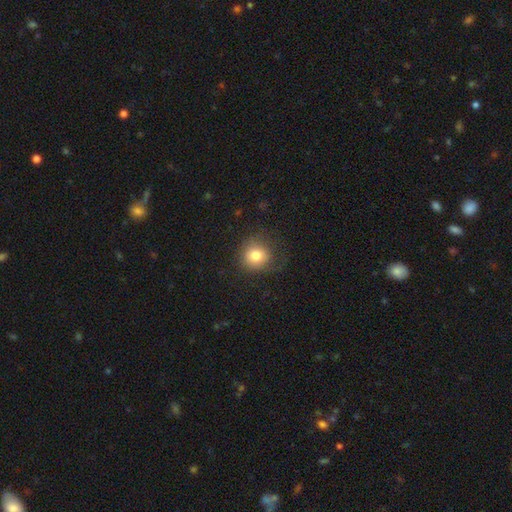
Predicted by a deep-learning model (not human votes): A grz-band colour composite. It shows a smooth galaxy with no disk features (80%) that is round (88%). Merging: none (76%).